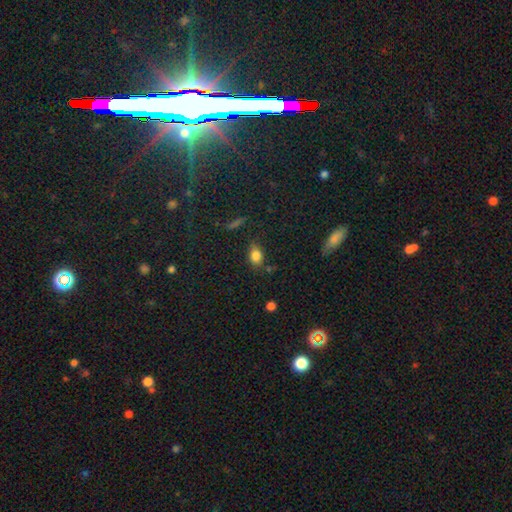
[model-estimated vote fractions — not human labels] smooth_or_featured: smooth (p=0.82) [alt: star or artifact p=0.11]
how_rounded: in between (p=0.72) [alt: round p=0.25]
merging: none (p=0.73) [alt: minor disturbance p=0.18]